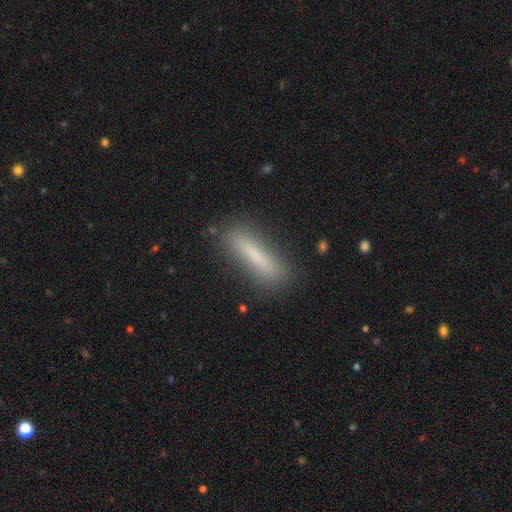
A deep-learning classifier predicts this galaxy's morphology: A smooth galaxy with no disk features (73%) that is cigar-shaped (85%).

Vote fractions:
- Smooth or featured? smooth: 73% / featured or disk: 19% / star or artifact: 9%
- How rounded? cigar-shaped: 85% / in between: 14% / round: 2%
- Merging? none: 83% / minor disturbance: 12% / major disturbance: 3% / merger: 2%